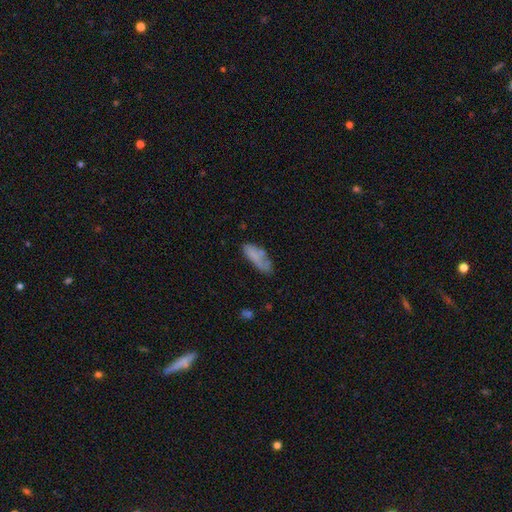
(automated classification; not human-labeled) Morphology: type=smooth (71%); roundness=in between (64%); merging=none (49%).